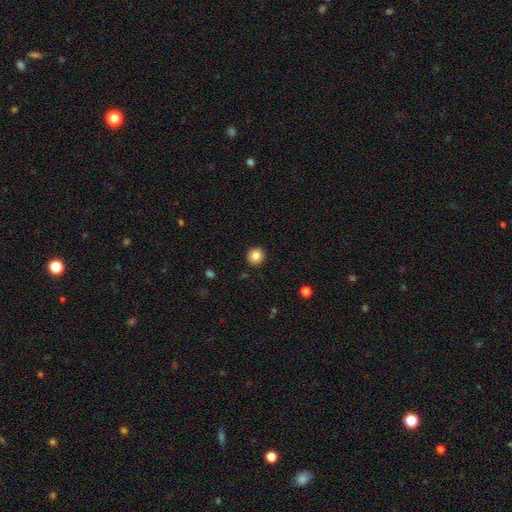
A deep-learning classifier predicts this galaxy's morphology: smooth-or-featured: smooth: 83% | star or artifact: 10% | featured or disk: 7%
  how-rounded: round: 93% | in between: 6% | cigar-shaped: 1%
  merging: none: 92% | minor disturbance: 5% | major disturbance: 2% | merger: 1%